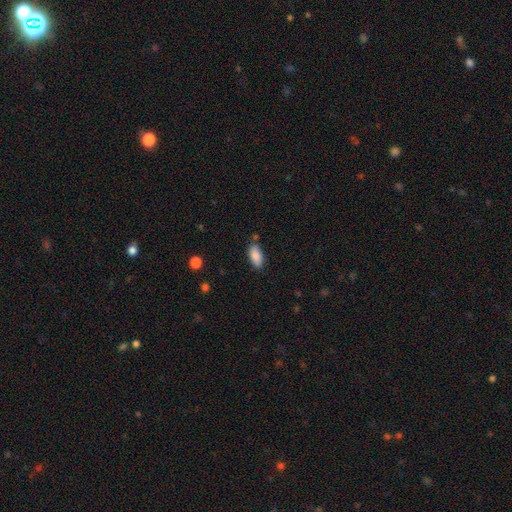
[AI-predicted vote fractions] Smooth or featured?
  - smooth: 87% *
  - star or artifact: 7%
  - featured or disk: 6%
How rounded?
  - in between: 89% *
  - cigar-shaped: 9%
  - round: 2%
Merging?
  - none: 79% *
  - minor disturbance: 14%
  - merger: 4%
  - major disturbance: 3%